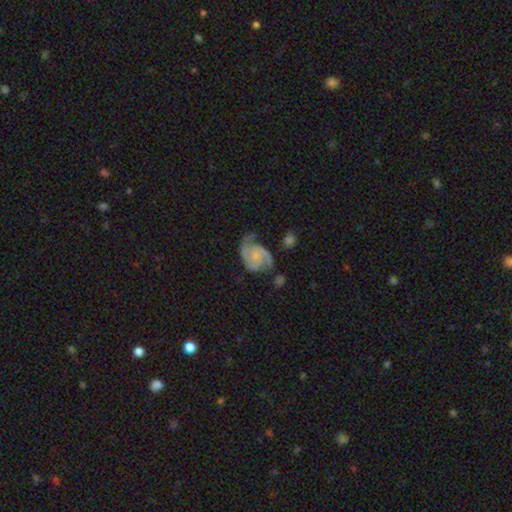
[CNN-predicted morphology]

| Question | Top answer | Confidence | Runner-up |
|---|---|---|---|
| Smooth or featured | featured or disk | 86% | smooth (8%) |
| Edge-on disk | no | 98% | yes (2%) |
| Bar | no | 64% | weak (30%) |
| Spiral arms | yes | 97% | no (3%) |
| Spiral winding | medium | 52% | tight (29%) |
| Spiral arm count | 2 | 83% | 3 (7%) |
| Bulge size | small | 54% | none (25%) |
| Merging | none | 59% | minor disturbance (23%) |